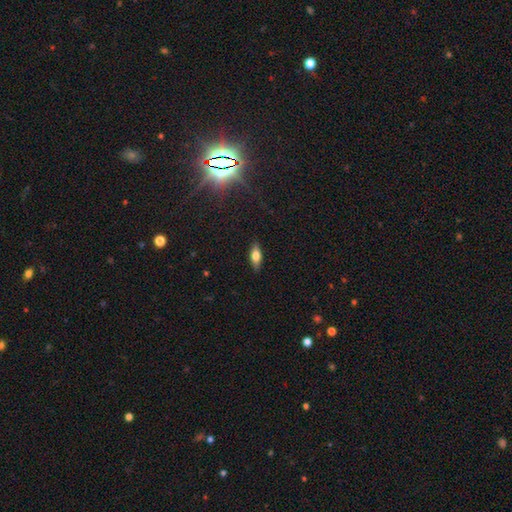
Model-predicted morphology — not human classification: smooth_or_featured: smooth (p=0.67) [alt: featured or disk p=0.26]
how_rounded: in between (p=0.70) [alt: cigar-shaped p=0.27]
merging: none (p=0.88) [alt: minor disturbance p=0.09]